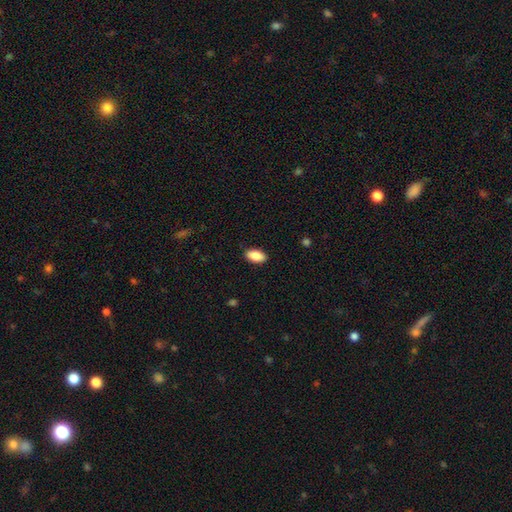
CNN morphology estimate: Smooth or featured?
  - smooth: 88% *
  - star or artifact: 7%
  - featured or disk: 5%
How rounded?
  - in between: 93% *
  - cigar-shaped: 4%
  - round: 3%
Merging?
  - none: 88% *
  - minor disturbance: 9%
  - major disturbance: 2%
  - merger: 1%